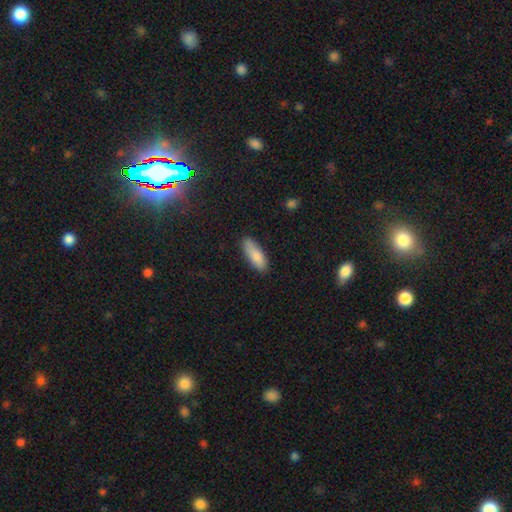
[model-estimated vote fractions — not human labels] Morphology: type=smooth (86%); roundness=in between (69%); merging=none (82%).